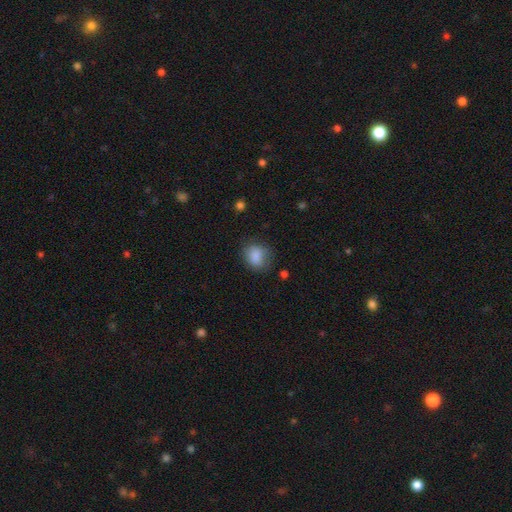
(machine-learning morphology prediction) smooth_or_featured: smooth (p=0.85) [alt: star or artifact p=0.09]
how_rounded: round (p=0.50) [alt: in between p=0.49]
merging: none (p=0.67) [alt: minor disturbance p=0.24]